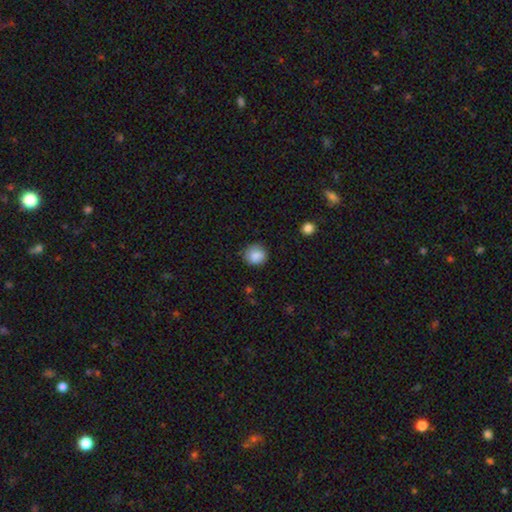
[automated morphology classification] A smooth galaxy with no disk features (87%) that is round (86%). Merging: none (83%).